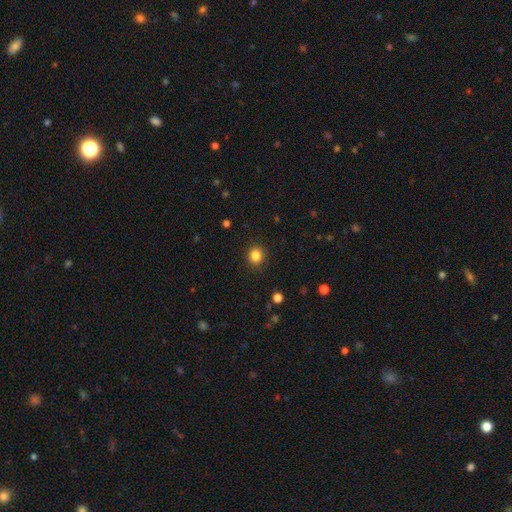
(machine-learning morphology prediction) This appears to be a smooth galaxy with no disk features (84%) that is round (83%). Merging: none (90%).